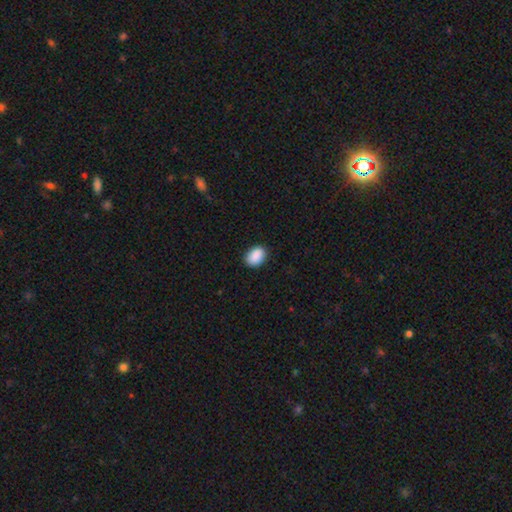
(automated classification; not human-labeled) smooth-or-featured: smooth: 90% | star or artifact: 7% | featured or disk: 3%
  how-rounded: in between: 82% | round: 17% | cigar-shaped: 1%
  merging: none: 87% | minor disturbance: 10% | major disturbance: 2% | merger: 1%